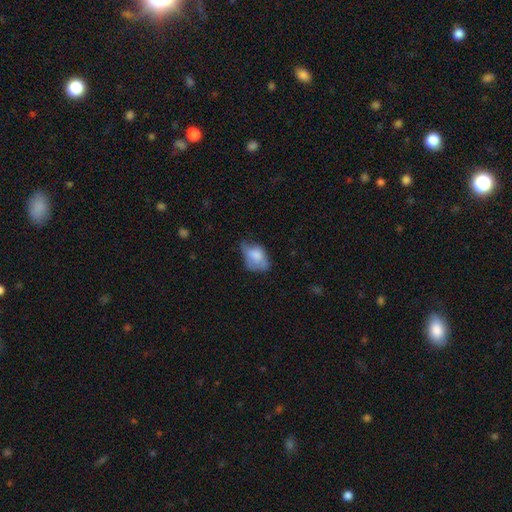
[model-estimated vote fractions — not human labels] smooth-or-featured: smooth: 69% | featured or disk: 22% | star or artifact: 9%
  how-rounded: in between: 82% | round: 16% | cigar-shaped: 2%
  merging: minor disturbance: 40% | none: 29% | major disturbance: 27% | merger: 4%